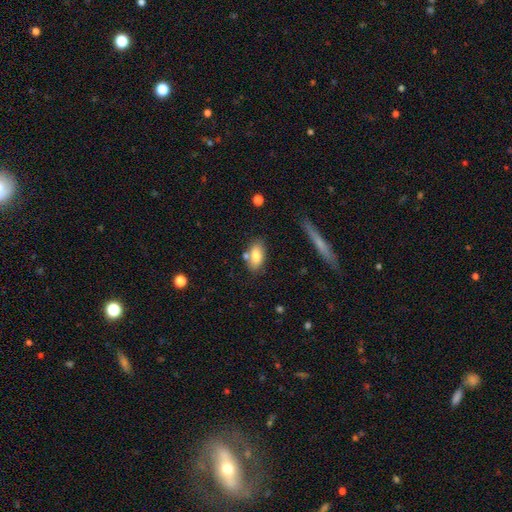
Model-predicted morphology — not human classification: Overall: smooth (79%). How rounded: in between (88%). Merging: none (67%).